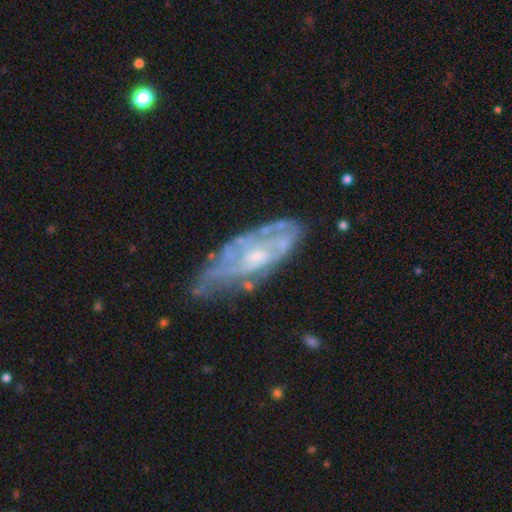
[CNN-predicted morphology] featured or disk 74%, smooth 19%, star or artifact 7%. Down the decision tree: edge-on disk — no (84%); bar — no (74%); spiral arms — yes (63%); bulge size — small (51%); merging — none (50%).